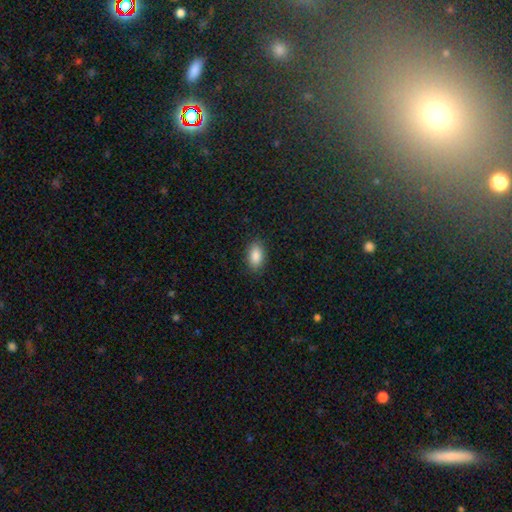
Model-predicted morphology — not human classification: Smooth or featured? smooth (89%)
How rounded? in between (92%)
Merging? none (87%)